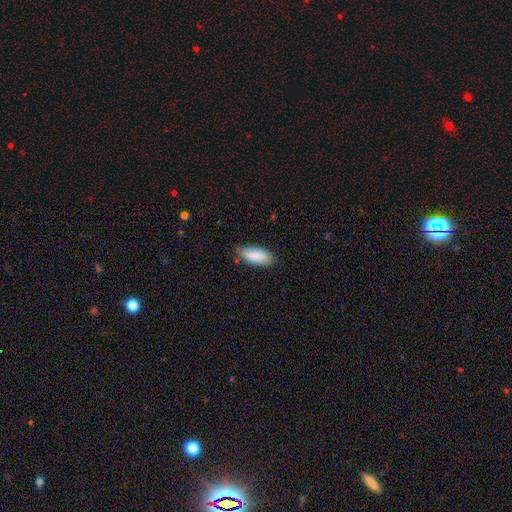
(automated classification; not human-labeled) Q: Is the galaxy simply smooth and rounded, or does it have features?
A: smooth — 88%.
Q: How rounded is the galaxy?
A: in between — 81%.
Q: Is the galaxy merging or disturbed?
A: none — 78%.